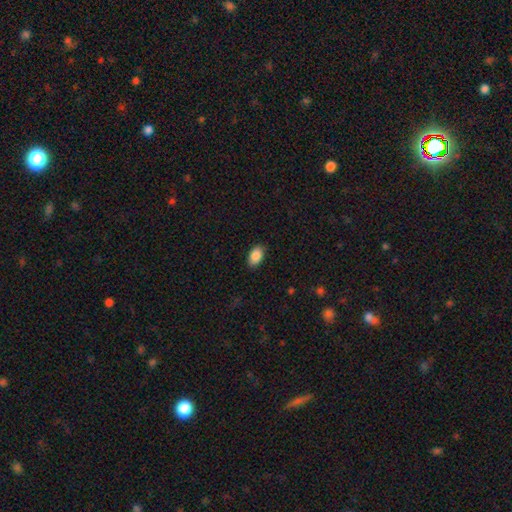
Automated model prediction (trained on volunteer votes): Overall: smooth (89%). How rounded: in between (92%). Merging: none (87%).